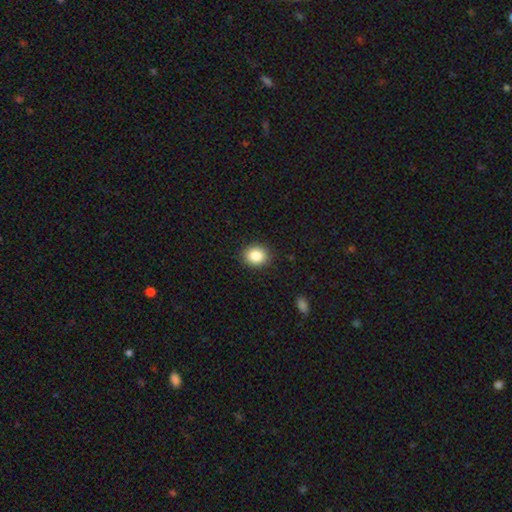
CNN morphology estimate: Smooth or featured? smooth (85%)
How rounded? round (69%)
Merging? none (90%)